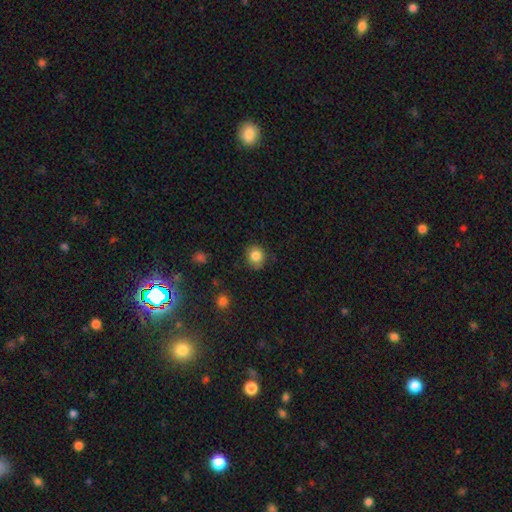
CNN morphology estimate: smooth-or-featured: smooth: 84% | star or artifact: 10% | featured or disk: 6%
  how-rounded: round: 81% | in between: 18% | cigar-shaped: 1%
  merging: none: 84% | minor disturbance: 12% | major disturbance: 2% | merger: 1%